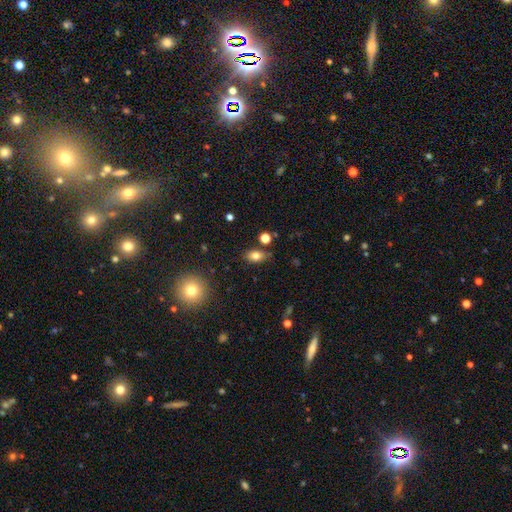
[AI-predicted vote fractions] The model was most divided on "merging": none: 80%, minor disturbance: 13%, merger: 4%, major disturbance: 3%. More confident: how rounded — in between (83%); smooth or featured — smooth (79%).